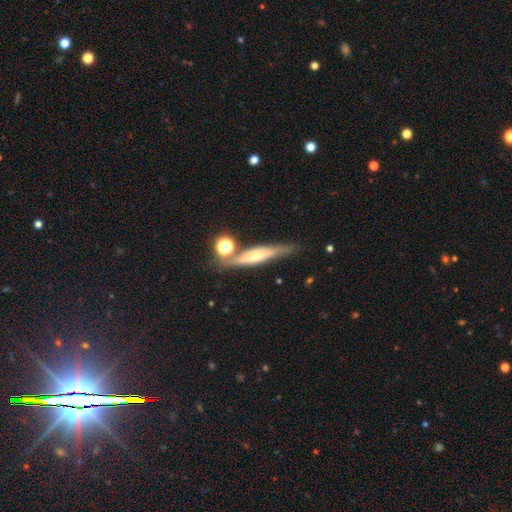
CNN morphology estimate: Smooth or featured? Predicted: featured or disk (p=0.60). Edge-on disk? Predicted: yes (p=0.87). Edge-on bulge? Predicted: rounded (p=0.79). Merging? Predicted: none (p=0.71).